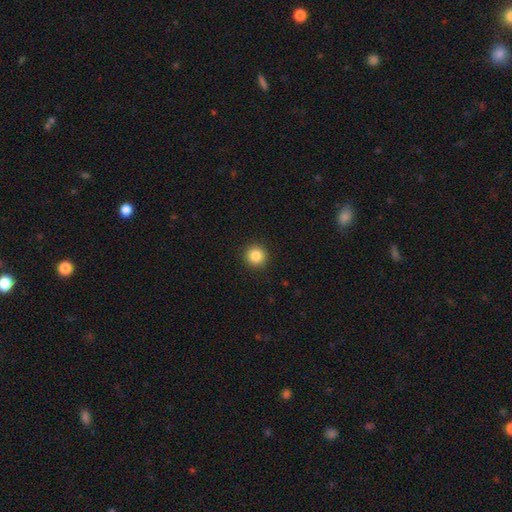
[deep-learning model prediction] Smooth or featured?
  - smooth: 86% *
  - star or artifact: 10%
  - featured or disk: 4%
How rounded?
  - round: 94% *
  - in between: 5%
  - cigar-shaped: 1%
Merging?
  - none: 93% *
  - minor disturbance: 5%
  - major disturbance: 2%
  - merger: 1%